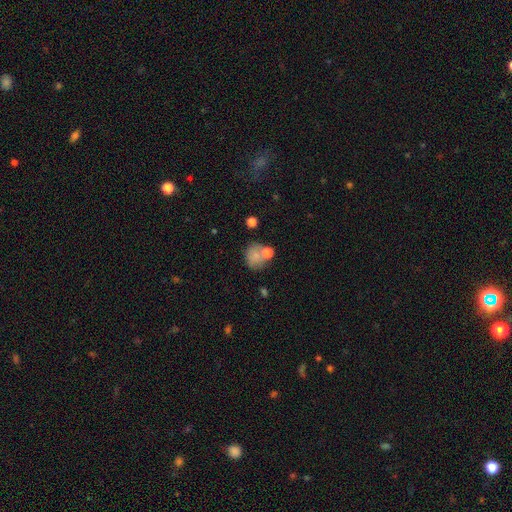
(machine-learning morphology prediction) type=smooth (73%); roundness=round (69%); merging=none (48%).